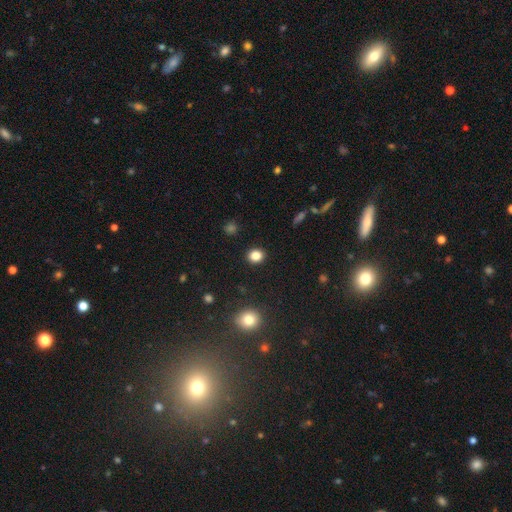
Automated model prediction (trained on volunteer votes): Overall: smooth (84%). How rounded: round (73%). Merging: none (91%).